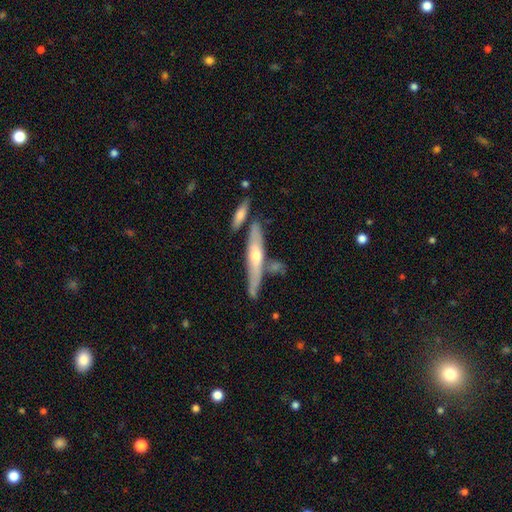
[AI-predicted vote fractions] A featured or disk galaxy (62%) viewed edge-on (86%) with a rounded central bulge (82%).

Vote fractions:
- Smooth or featured? featured or disk: 62% / smooth: 32% / star or artifact: 6%
- Edge-on disk? yes: 86% / no: 14%
- Edge-on bulge? rounded: 82% / none: 15% / boxy: 3%
- Merging? none: 71% / minor disturbance: 15% / merger: 11% / major disturbance: 3%